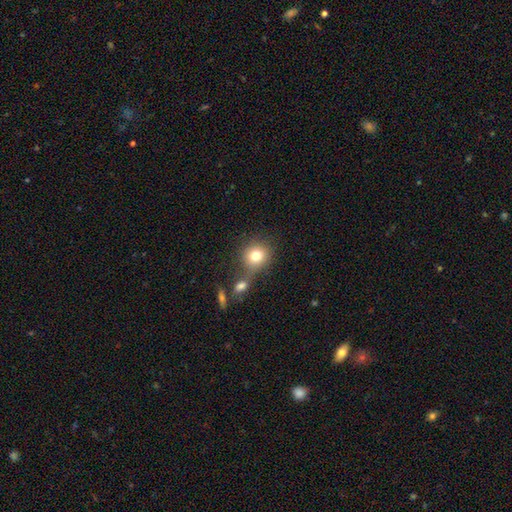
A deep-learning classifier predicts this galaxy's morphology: Overall: smooth (79%). How rounded: round (82%). Merging: none (55%; merger 25%).